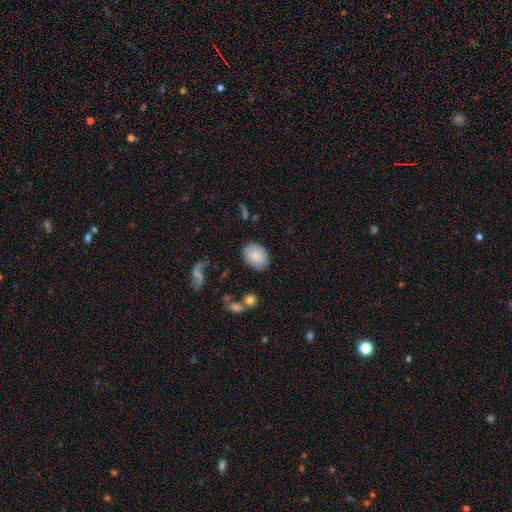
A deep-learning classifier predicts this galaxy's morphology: Smooth or featured? Predicted: smooth (p=0.83). How rounded? Predicted: in between (p=0.77). Merging? Predicted: none (p=0.82).